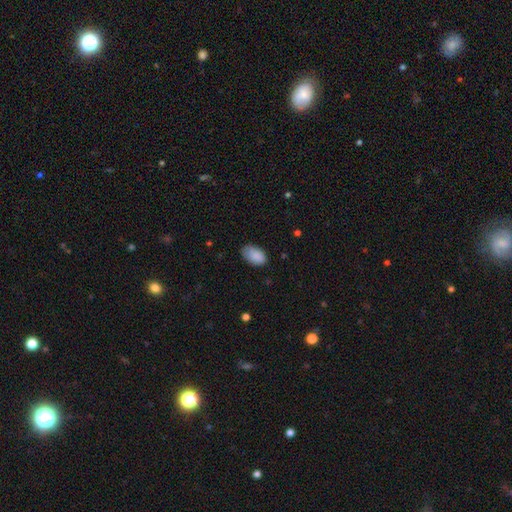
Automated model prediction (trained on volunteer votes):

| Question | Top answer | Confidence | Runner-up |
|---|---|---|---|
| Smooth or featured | smooth | 87% | star or artifact (7%) |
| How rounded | in between | 93% | round (6%) |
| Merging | none | 69% | minor disturbance (25%) |